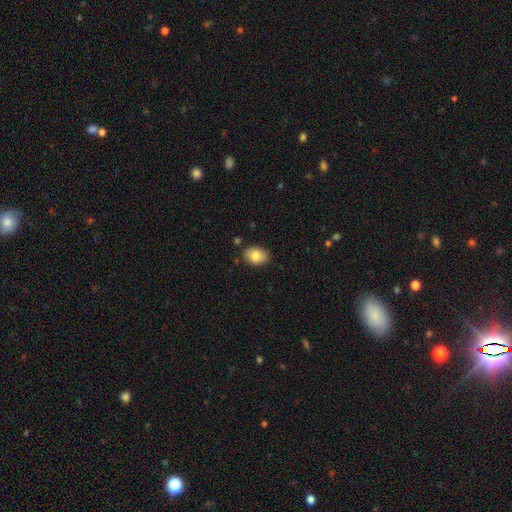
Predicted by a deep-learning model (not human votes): This is clearly a smooth galaxy (81%). How rounded: likely in between (75%). Merging: clearly none (84%).